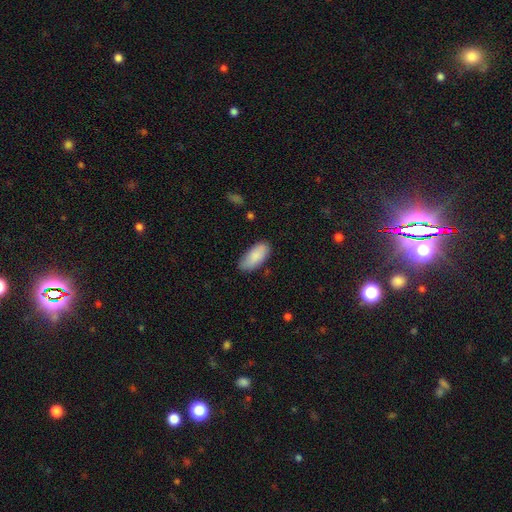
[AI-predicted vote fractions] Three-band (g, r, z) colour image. It shows a smooth galaxy with no disk features (86%) that is in between round and cigar-shaped (91%). Merging: none (80%).